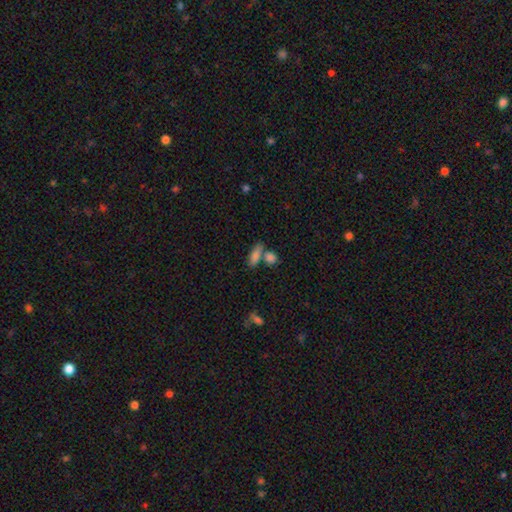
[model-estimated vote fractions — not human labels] Smooth or featured: smooth — 80% (featured or disk — 11%)
How rounded: in between — 64% (cigar-shaped — 28%)
Merging: none — 50% (merger — 34%)